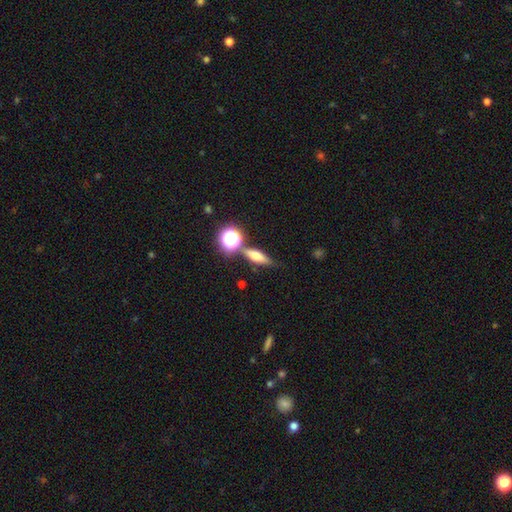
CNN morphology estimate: smooth_or_featured: smooth (p=0.56) [alt: featured or disk p=0.28]
how_rounded: in between (p=0.42) [alt: cigar-shaped p=0.40]
merging: none (p=0.69) [alt: minor disturbance p=0.14]